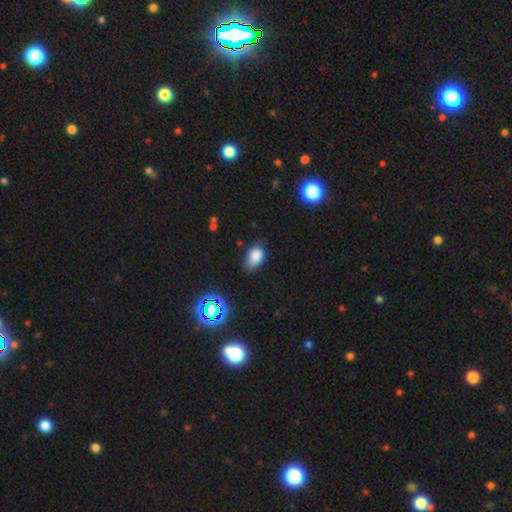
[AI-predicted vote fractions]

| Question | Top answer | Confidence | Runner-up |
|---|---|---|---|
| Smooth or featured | smooth | 81% | star or artifact (12%) |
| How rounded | in between | 89% | round (9%) |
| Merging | none | 65% | minor disturbance (28%) |